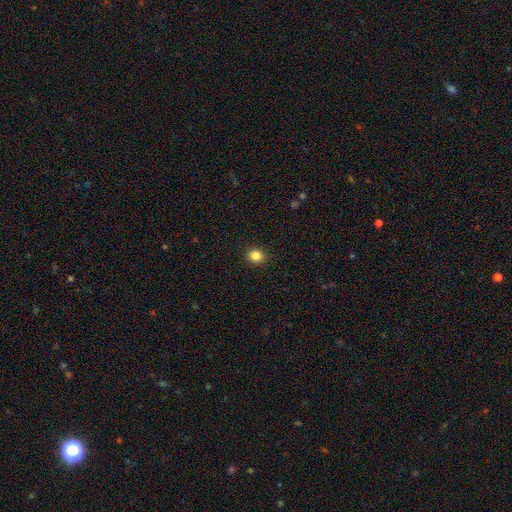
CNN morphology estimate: smooth_or_featured: smooth (p=0.84) [alt: star or artifact p=0.12]
how_rounded: round (p=0.80) [alt: in between p=0.19]
merging: none (p=0.92) [alt: minor disturbance p=0.06]